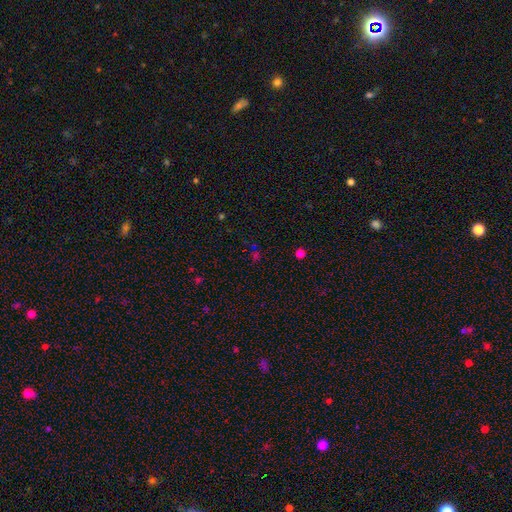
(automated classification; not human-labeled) Smooth or featured? star or artifact (54%)